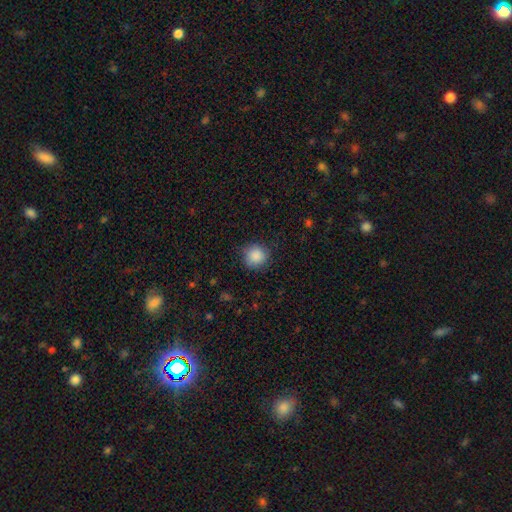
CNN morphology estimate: This is clearly a smooth galaxy (88%). How rounded: clearly round (92%). Merging: clearly none (85%).